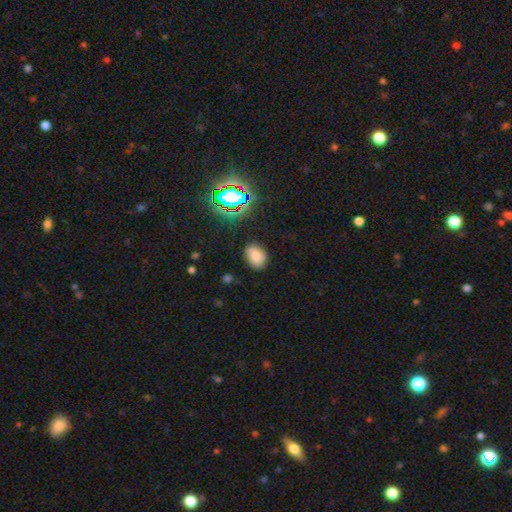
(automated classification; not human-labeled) Overall: smooth (76%). How rounded: in between (68%; round 31%). Merging: none (80%).